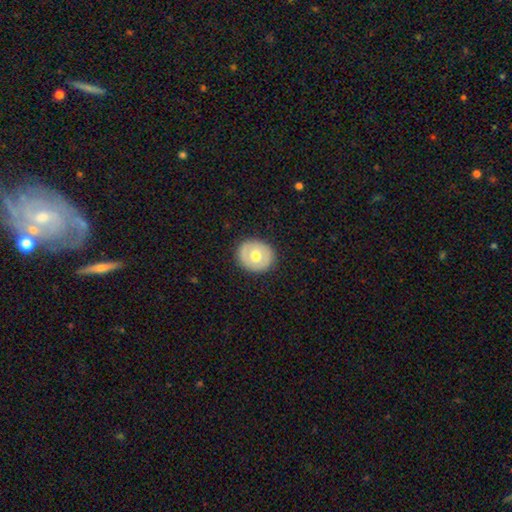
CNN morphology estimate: Smooth or featured? smooth (54%)
How rounded? round (82%)
Merging? none (88%)